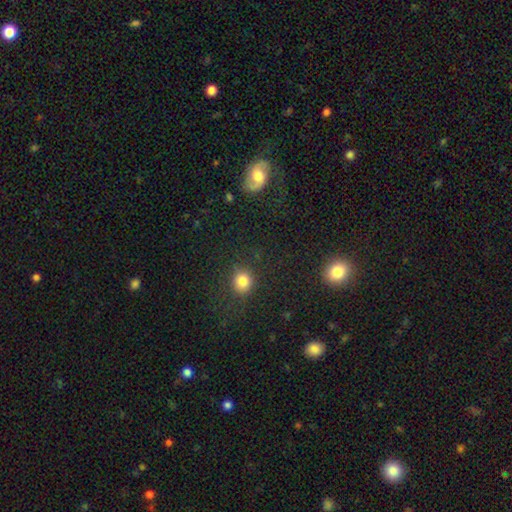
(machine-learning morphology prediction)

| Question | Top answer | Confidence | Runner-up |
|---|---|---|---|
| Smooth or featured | smooth | 56% | star or artifact (34%) |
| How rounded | round | 78% | in between (21%) |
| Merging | none | 77% | minor disturbance (11%) |